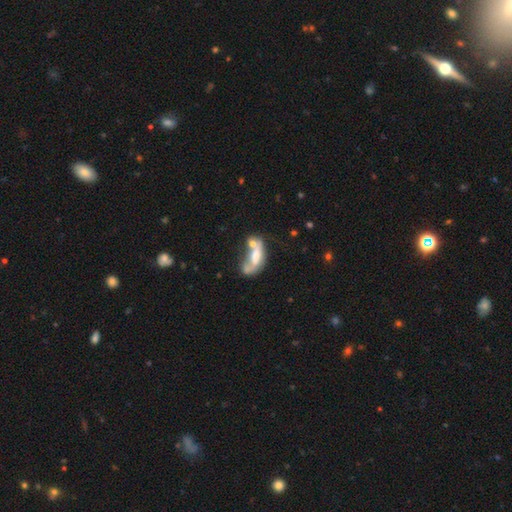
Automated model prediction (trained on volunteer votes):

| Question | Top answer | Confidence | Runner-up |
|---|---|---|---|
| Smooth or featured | featured or disk | 48% | smooth (43%) |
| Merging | merger | 44% | major disturbance (22%) |